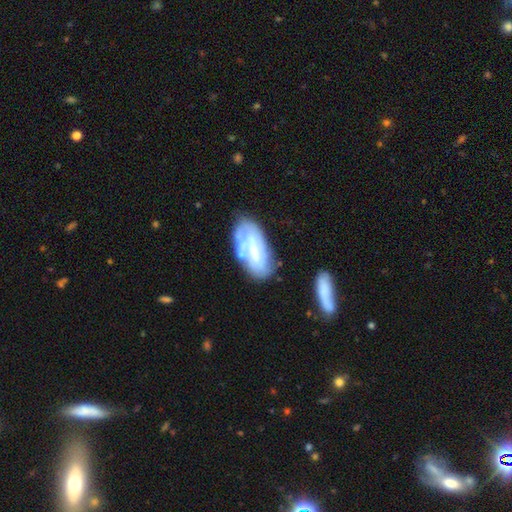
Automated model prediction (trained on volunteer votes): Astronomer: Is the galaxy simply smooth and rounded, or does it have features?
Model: featured or disk — 53% (runner-up: smooth, 39%).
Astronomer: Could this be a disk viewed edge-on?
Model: no — 94%.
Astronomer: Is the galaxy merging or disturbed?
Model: none — 51%.